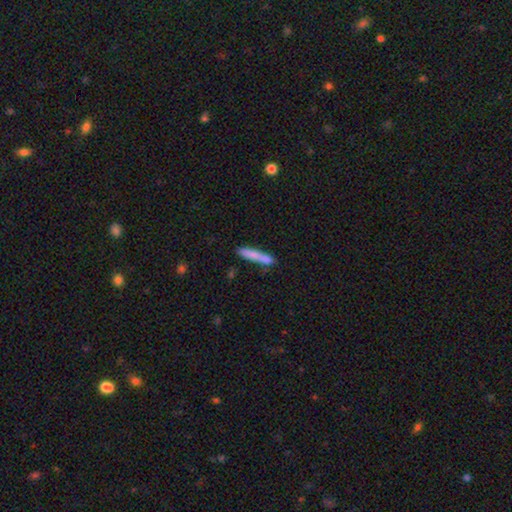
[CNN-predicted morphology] A smooth galaxy with no disk features (74%) that is cigar-shaped (93%). Merging: none (72%).